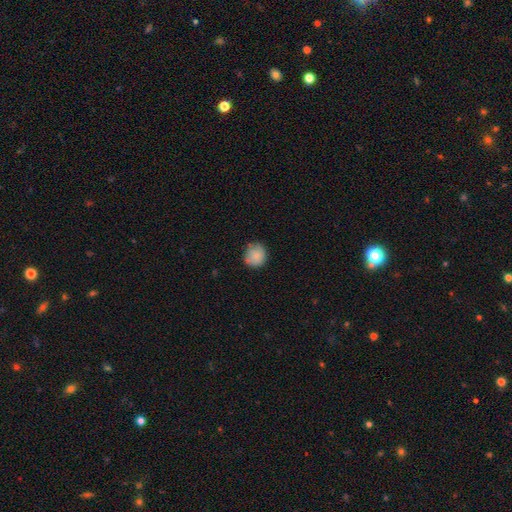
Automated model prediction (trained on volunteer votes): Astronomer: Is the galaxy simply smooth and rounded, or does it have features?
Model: smooth — 84%.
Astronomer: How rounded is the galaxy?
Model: round — 86%.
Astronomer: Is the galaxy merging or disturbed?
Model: none — 75%.